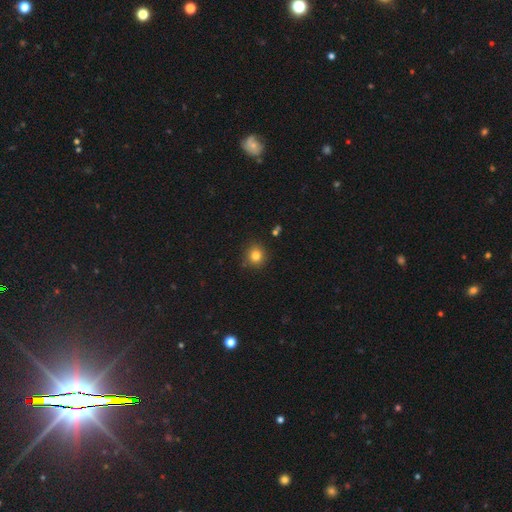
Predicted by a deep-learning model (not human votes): Smooth or featured? smooth (81%)
How rounded? round (89%)
Merging? none (87%)